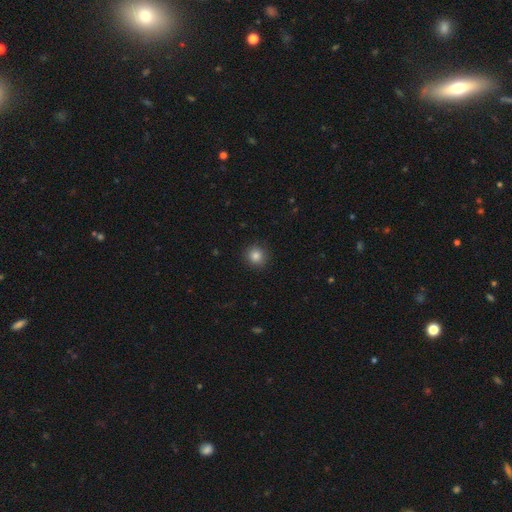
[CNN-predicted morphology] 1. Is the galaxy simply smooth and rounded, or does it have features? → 84% smooth, 12% star or artifact, 5% featured or disk.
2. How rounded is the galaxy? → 90% round, 9% in between, 1% cigar-shaped.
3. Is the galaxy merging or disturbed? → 91% none, 6% minor disturbance, 2% major disturbance, 1% merger.